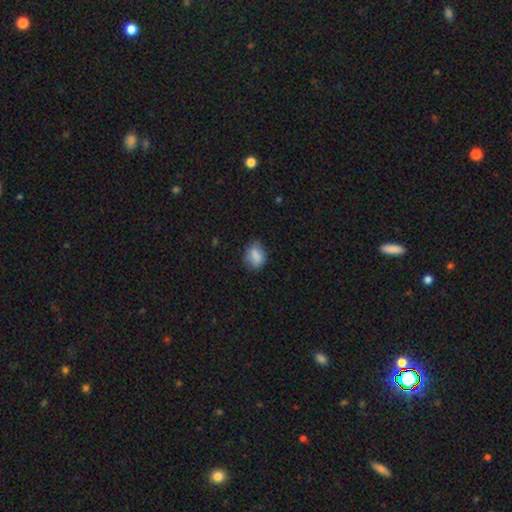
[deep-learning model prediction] Q: Smooth or featured?
A: smooth (81%); runner-up: featured or disk (11%)
Q: How rounded?
A: in between (65%); runner-up: round (33%)
Q: Merging?
A: none (74%); runner-up: minor disturbance (20%)